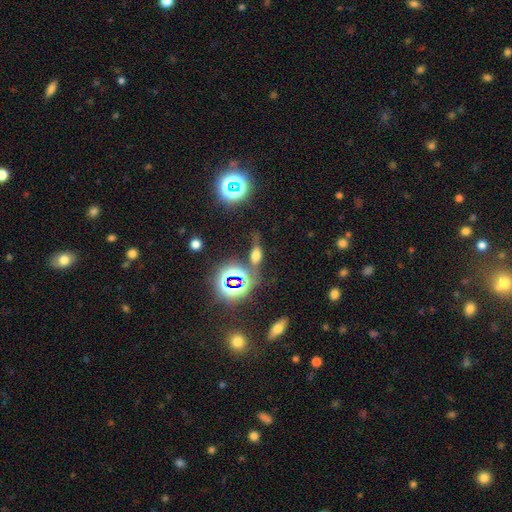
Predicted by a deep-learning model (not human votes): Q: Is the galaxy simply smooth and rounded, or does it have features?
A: smooth — 44%.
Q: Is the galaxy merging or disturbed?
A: none — 63%.